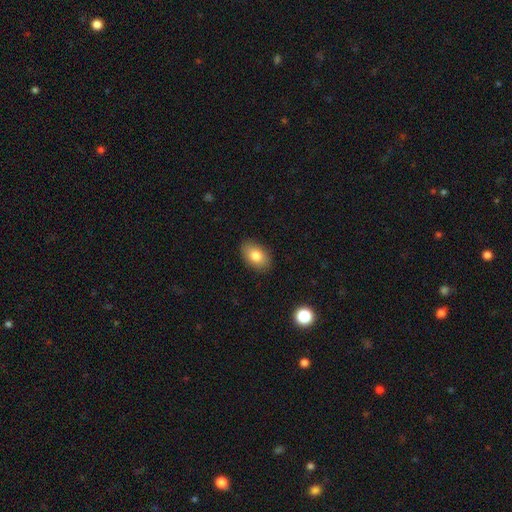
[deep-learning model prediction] Smooth or featured? Predicted: smooth (p=0.81). How rounded? Predicted: in between (p=0.88). Merging? Predicted: none (p=0.87).